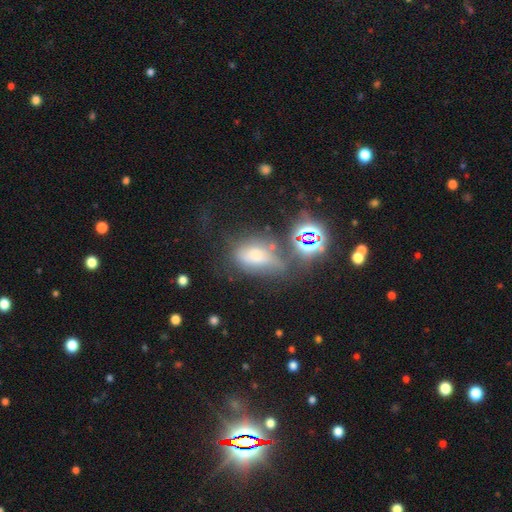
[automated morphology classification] smooth_or_featured: smooth (p=0.50) [alt: star or artifact p=0.26]
merging: none (p=0.33) [alt: minor disturbance p=0.25]